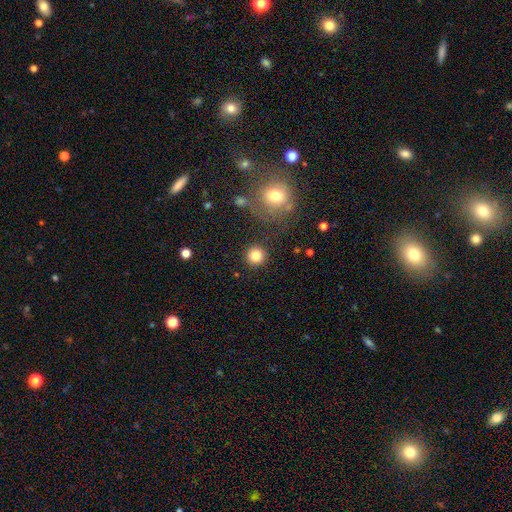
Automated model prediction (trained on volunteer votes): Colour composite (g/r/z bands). It shows a smooth galaxy with no disk features (83%) that is round (94%). Merging: none (89%).